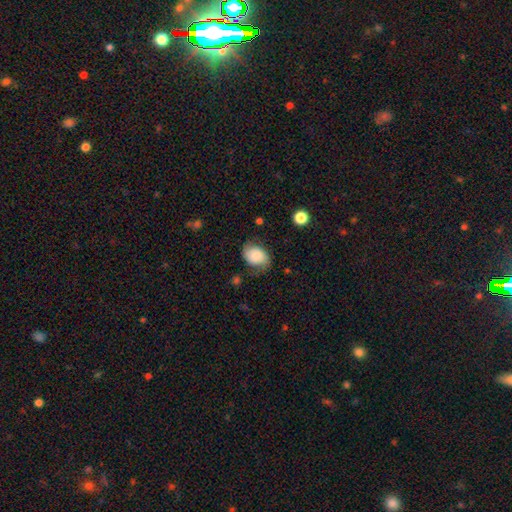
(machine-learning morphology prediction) Overall: smooth (71%). How rounded: in between (73%). Merging: none (56%; minor disturbance 30%).